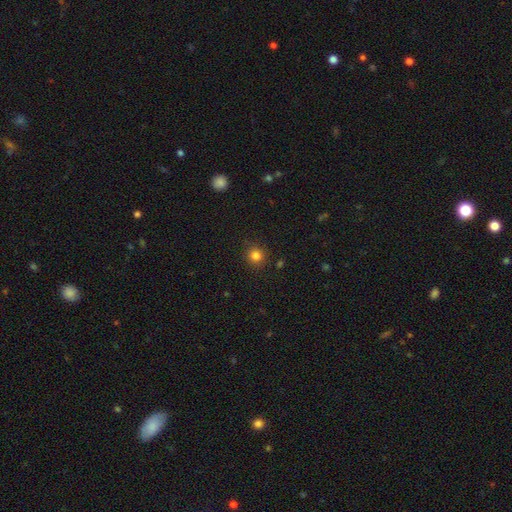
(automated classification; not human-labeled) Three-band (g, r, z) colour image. It shows a smooth galaxy with no disk features (82%) that is round (93%). Merging: none (89%).